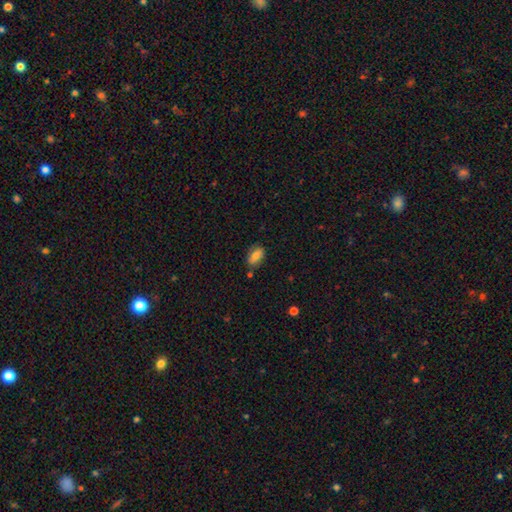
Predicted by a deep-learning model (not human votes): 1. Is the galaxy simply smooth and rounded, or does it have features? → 73% smooth, 18% featured or disk, 9% star or artifact.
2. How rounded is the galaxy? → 87% in between, 8% round, 5% cigar-shaped.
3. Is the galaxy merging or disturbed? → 75% none, 17% minor disturbance, 5% merger, 3% major disturbance.